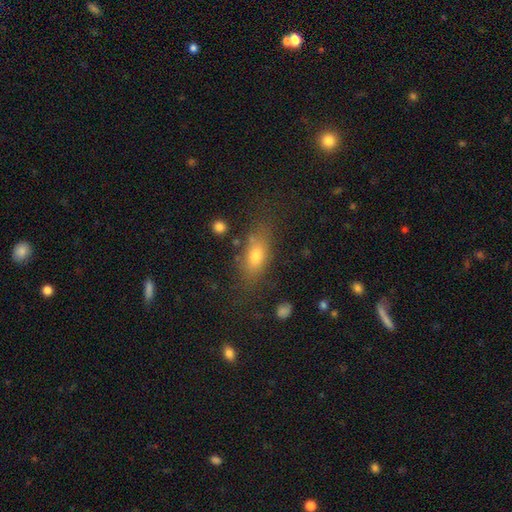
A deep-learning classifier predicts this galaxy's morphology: smooth 70%, featured or disk 19%, star or artifact 12%. Down the decision tree: how rounded — in between (70%); merging — none (69%).